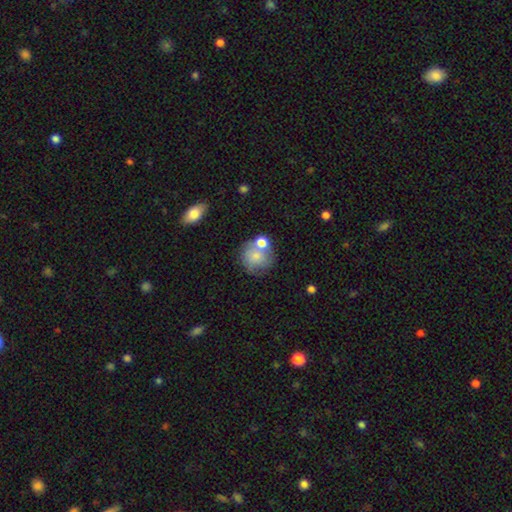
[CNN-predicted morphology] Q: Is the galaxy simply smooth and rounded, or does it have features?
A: smooth — 70%.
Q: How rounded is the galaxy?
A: round — 83%.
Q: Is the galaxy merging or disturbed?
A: none — 45%.